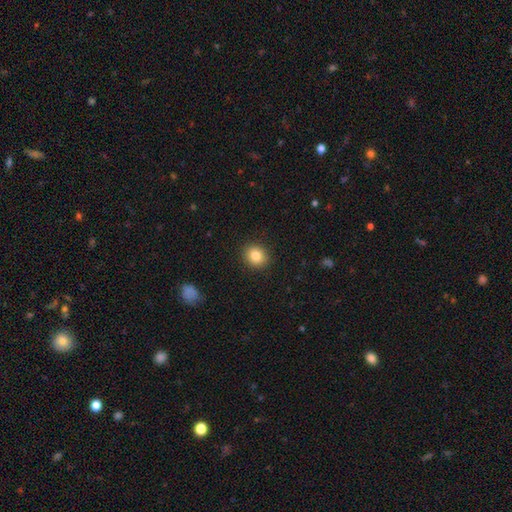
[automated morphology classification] Smooth or featured: smooth — 84% (star or artifact — 9%)
How rounded: round — 74% (in between — 25%)
Merging: none — 91% (minor disturbance — 6%)